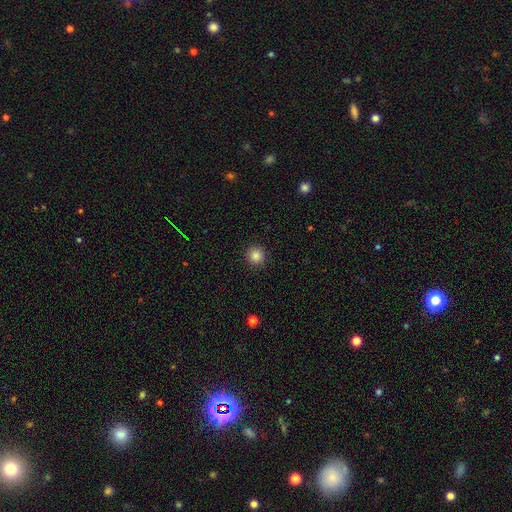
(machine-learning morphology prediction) Smooth or featured: smooth — 85% (star or artifact — 11%)
How rounded: round — 95% (in between — 4%)
Merging: none — 92% (minor disturbance — 5%)